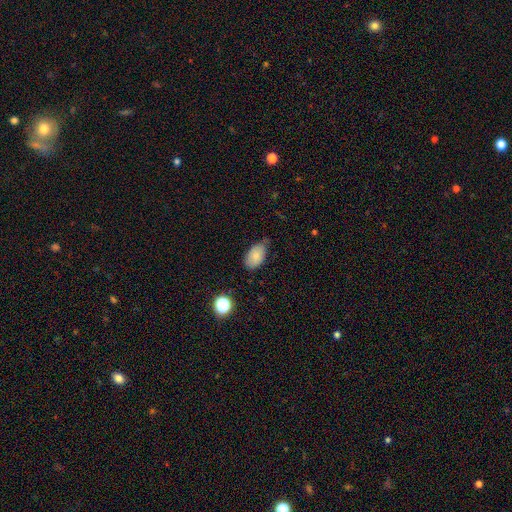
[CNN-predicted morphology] Smooth or featured?
  - smooth: 81% *
  - featured or disk: 10%
  - star or artifact: 9%
How rounded?
  - in between: 92% *
  - round: 6%
  - cigar-shaped: 2%
Merging?
  - none: 62% *
  - minor disturbance: 30%
  - major disturbance: 6%
  - merger: 3%